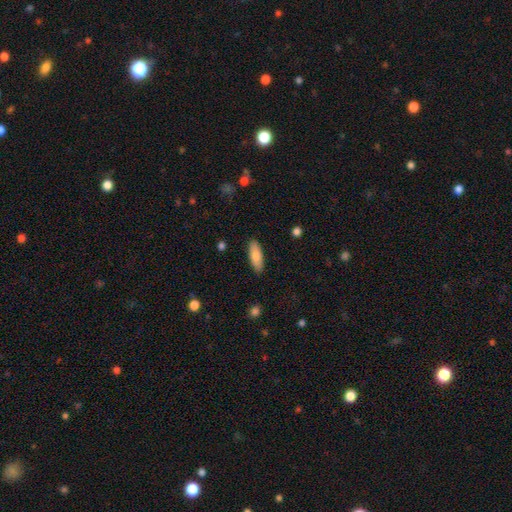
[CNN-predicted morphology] smooth-or-featured: smooth: 85% | featured or disk: 10% | star or artifact: 6%
  how-rounded: in between: 63% | cigar-shaped: 35% | round: 2%
  merging: none: 88% | minor disturbance: 9% | major disturbance: 2% | merger: 1%